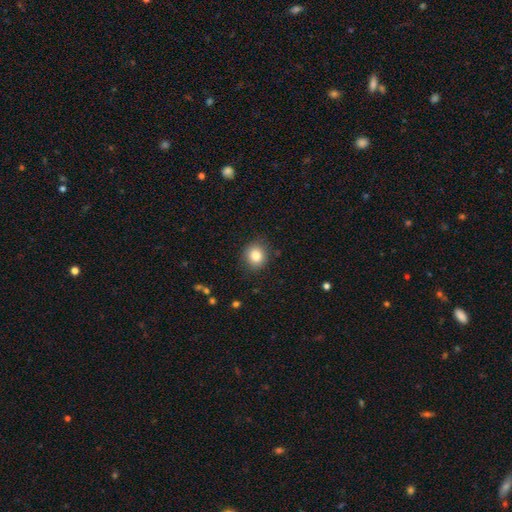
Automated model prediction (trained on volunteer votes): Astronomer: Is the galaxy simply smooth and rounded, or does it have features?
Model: smooth — 82%.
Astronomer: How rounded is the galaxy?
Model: round — 83%.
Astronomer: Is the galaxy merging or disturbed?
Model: none — 88%.